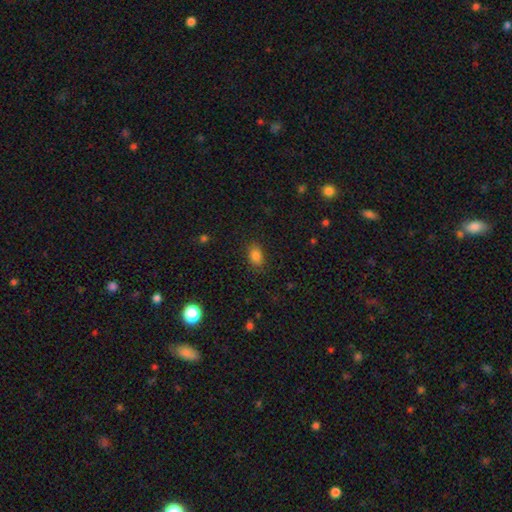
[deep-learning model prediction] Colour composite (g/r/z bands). It shows a smooth galaxy with no disk features (83%) that is in between round and cigar-shaped (79%). Merging: none (84%).